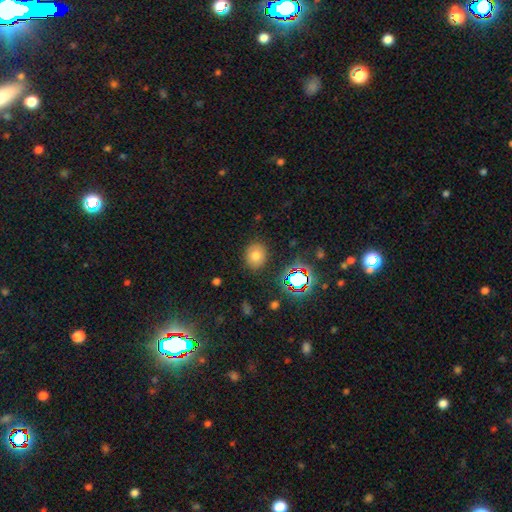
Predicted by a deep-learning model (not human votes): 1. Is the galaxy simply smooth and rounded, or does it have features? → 72% smooth, 18% star or artifact, 10% featured or disk.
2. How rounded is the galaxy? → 65% round, 34% in between, 1% cigar-shaped.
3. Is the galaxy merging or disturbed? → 86% none, 9% minor disturbance, 3% major disturbance, 2% merger.